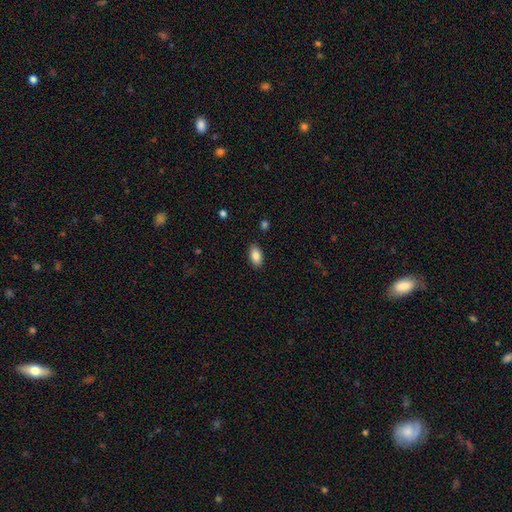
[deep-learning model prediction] This appears to be a smooth galaxy with no disk features (86%) that is in between round and cigar-shaped (92%). Merging: none (87%).